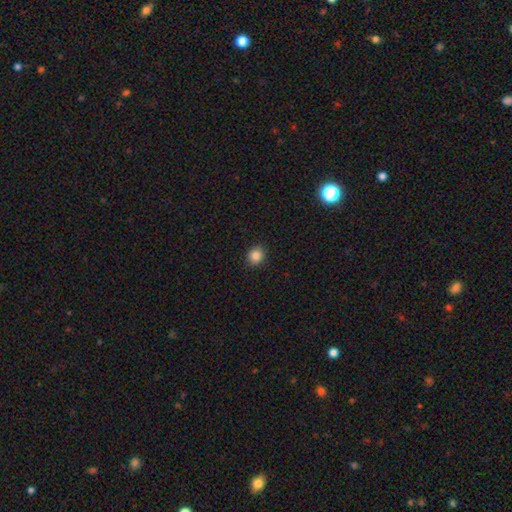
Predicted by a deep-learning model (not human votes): Q: Smooth or featured?
A: smooth (86%); runner-up: star or artifact (10%)
Q: How rounded?
A: round (82%); runner-up: in between (17%)
Q: Merging?
A: none (91%); runner-up: minor disturbance (6%)